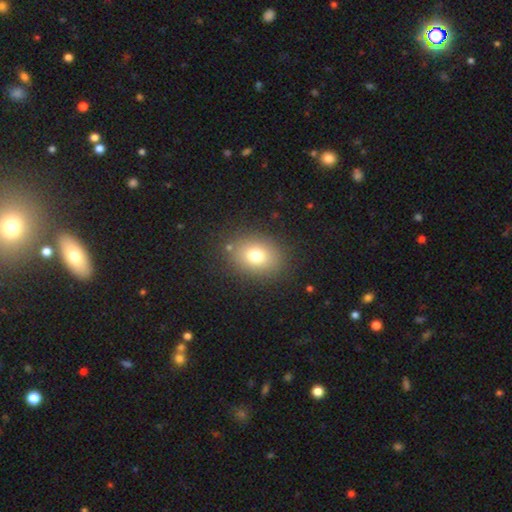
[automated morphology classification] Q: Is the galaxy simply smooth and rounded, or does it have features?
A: smooth — 74%.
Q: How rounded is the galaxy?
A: in between — 51%.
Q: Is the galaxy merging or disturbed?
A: none — 85%.